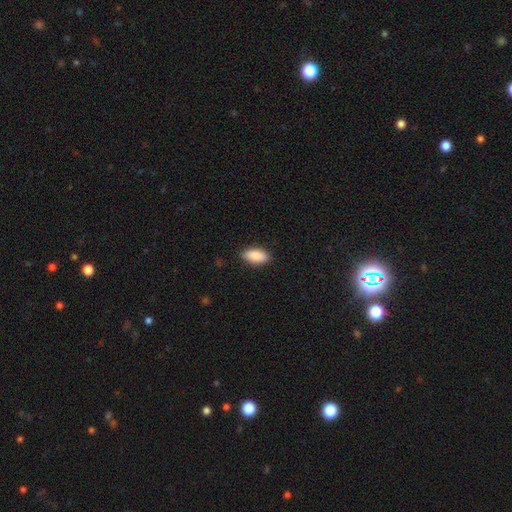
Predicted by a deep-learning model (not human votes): This appears to be a smooth galaxy with no disk features (90%) that is in between round and cigar-shaped (90%). Merging: none (88%).